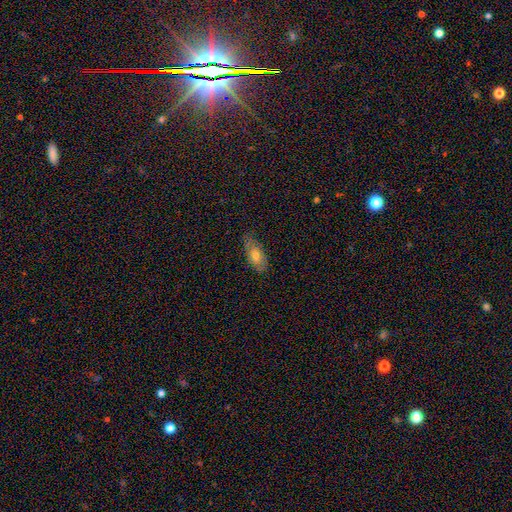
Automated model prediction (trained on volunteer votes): Q: Smooth or featured?
A: smooth (54%); runner-up: featured or disk (37%)
Q: How rounded?
A: in between (87%); runner-up: cigar-shaped (9%)
Q: Merging?
A: none (70%); runner-up: minor disturbance (23%)